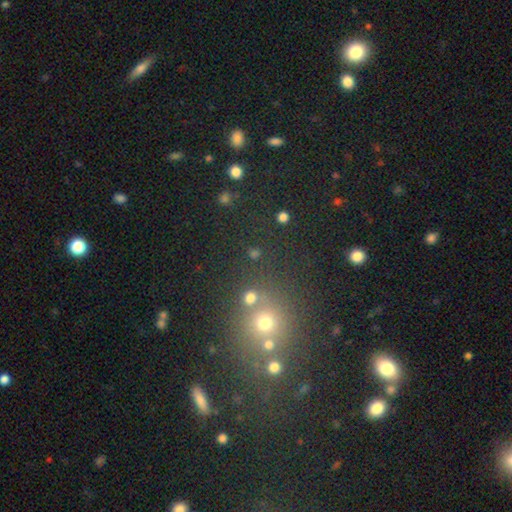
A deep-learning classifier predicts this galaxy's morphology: Smooth or featured? Predicted: smooth (p=0.46). Merging? Predicted: none (p=0.73).